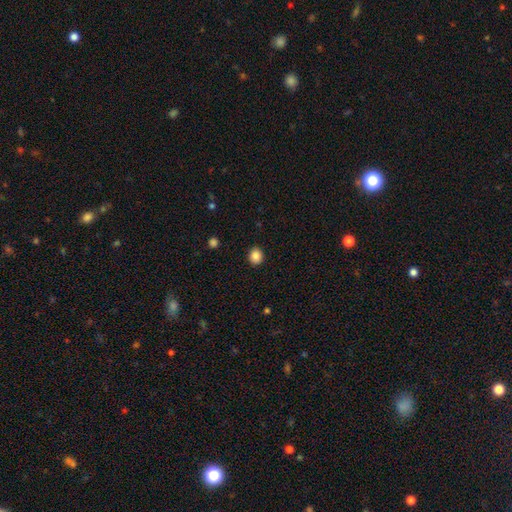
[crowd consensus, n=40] A smooth galaxy with no disk features (88%) that is round (83%).

Vote fractions:
- Smooth or featured? smooth: 88% / star or artifact: 10% / featured or disk: 2%
- How rounded? round: 83% / in between: 17% / cigar-shaped: 0%
- Merging? none: 89% / minor disturbance: 8% / major disturbance: 3% / merger: 0%